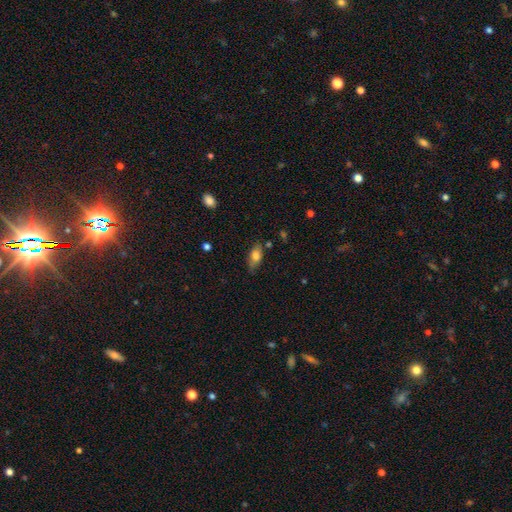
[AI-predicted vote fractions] Smooth or featured? smooth (74%)
How rounded? in between (82%)
Merging? none (68%)